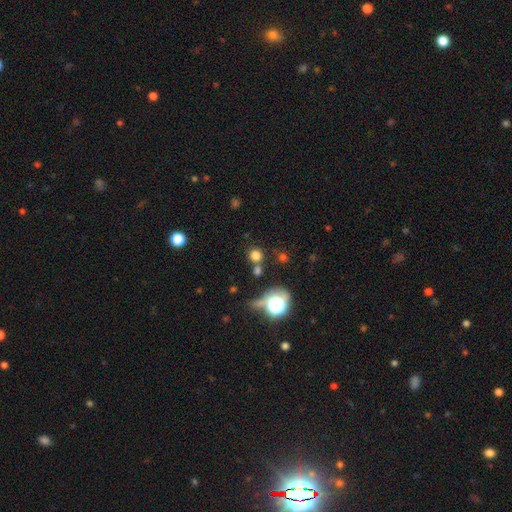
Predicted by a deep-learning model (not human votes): This appears to be a smooth galaxy with no disk features (70%) that is round (89%). Merging: none (73%).